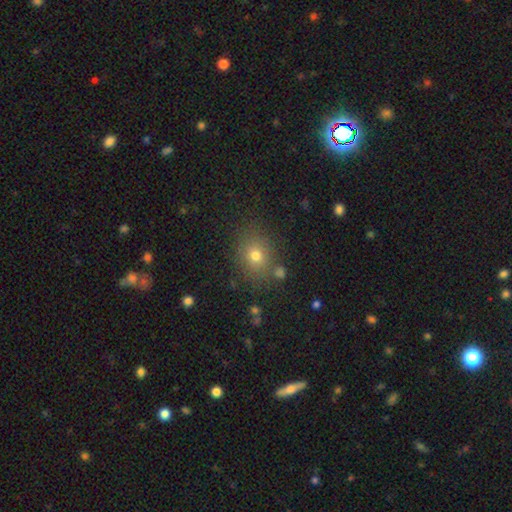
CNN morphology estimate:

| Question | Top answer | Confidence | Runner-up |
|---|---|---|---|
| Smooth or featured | smooth | 73% | star or artifact (17%) |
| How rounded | round | 63% | in between (36%) |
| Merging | none | 80% | minor disturbance (11%) |